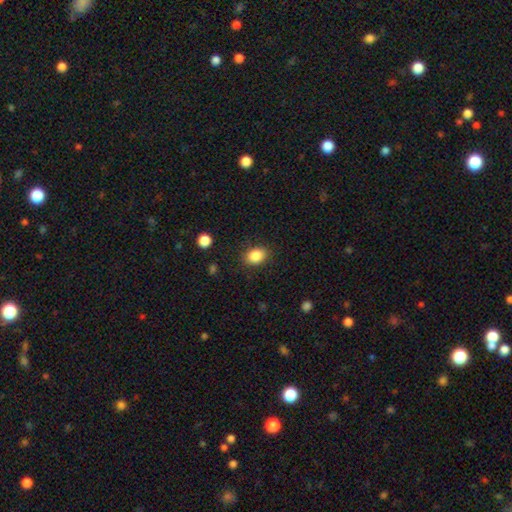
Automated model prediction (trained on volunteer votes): smooth_or_featured: smooth (p=0.86) [alt: star or artifact p=0.09]
how_rounded: in between (p=0.69) [alt: round p=0.30]
merging: none (p=0.86) [alt: minor disturbance p=0.10]